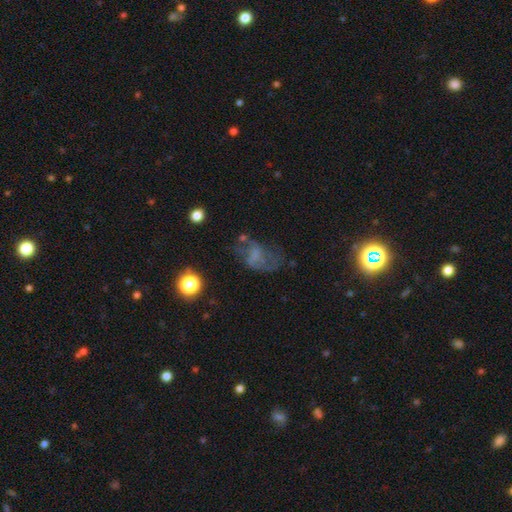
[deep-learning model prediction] Smooth or featured?
  - featured or disk: 49% *
  - smooth: 31%
  - star or artifact: 20%
Merging?
  - none: 38% *
  - major disturbance: 35%
  - minor disturbance: 21%
  - merger: 6%